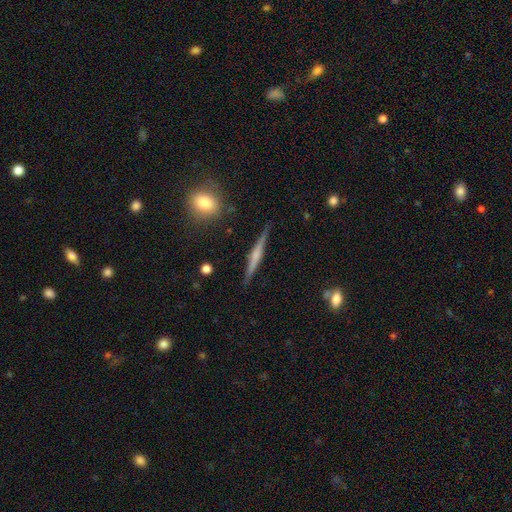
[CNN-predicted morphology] A featured or disk galaxy (63%) viewed edge-on (97%) with a rounded central bulge (52%). Merging: none (88%).